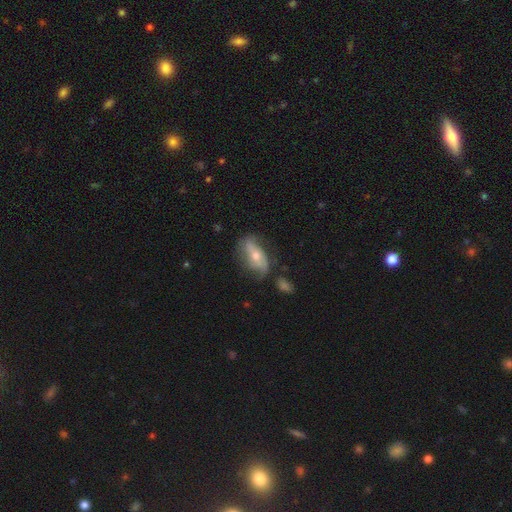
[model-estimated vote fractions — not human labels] featured or disk 56%, smooth 37%, star or artifact 7%. Down the decision tree: edge-on disk — no (83%); merging — none (56%).